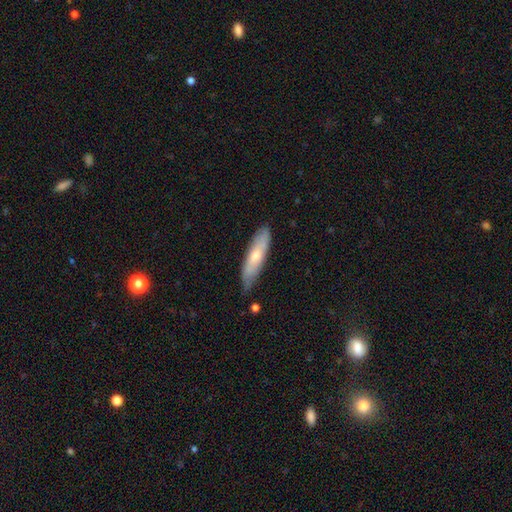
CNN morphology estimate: This is possibly a smooth galaxy (59%). How rounded: likely cigar-shaped (72%). Merging: likely none (75%).